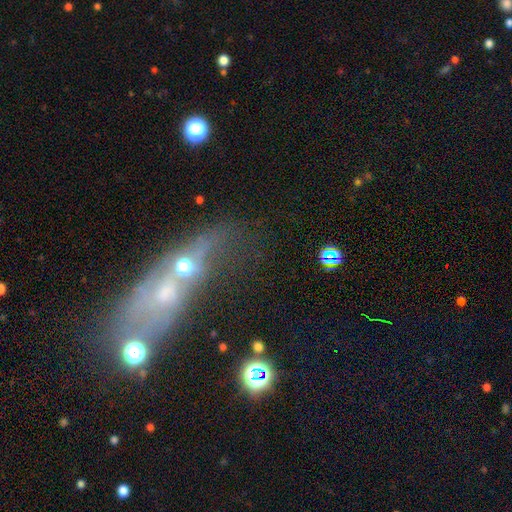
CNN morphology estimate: Smooth or featured?
  - smooth: 38% *
  - featured or disk: 37%
  - star or artifact: 25%
Merging?
  - merger: 37% *
  - none: 30%
  - major disturbance: 19%
  - minor disturbance: 14%